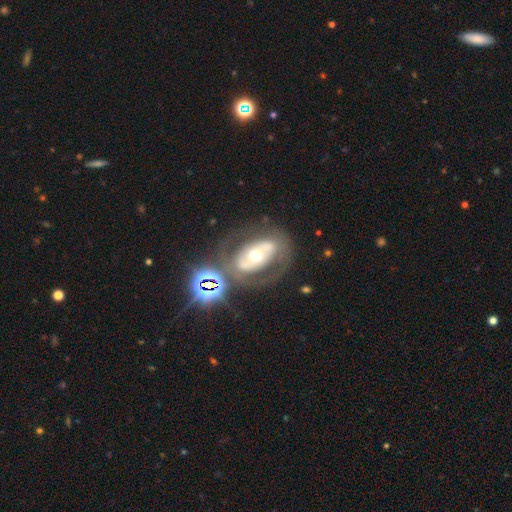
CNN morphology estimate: Smooth or featured? featured or disk (66%)
Edge-on disk? no (93%)
Bar? no (59%)
Spiral arms? no (64%)
Bulge size? moderate (71%)
Merging? none (63%)